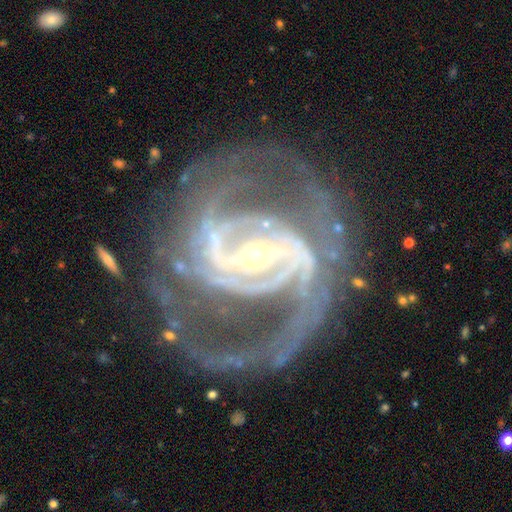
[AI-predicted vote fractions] Morphology: type=featured or disk (92%); edge-on=no (97%); bar=strong (64%); spiral arms=yes (98%); winding=medium (50%); arm count=2 (56%); bulge=small (71%); merging=none (63%).